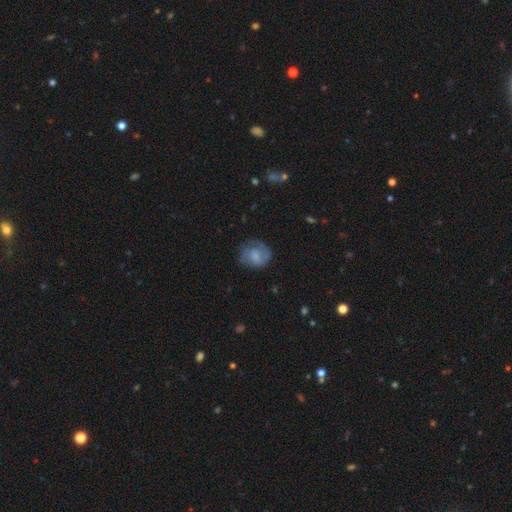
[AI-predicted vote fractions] smooth-or-featured: smooth: 66% | featured or disk: 26% | star or artifact: 8%
  how-rounded: round: 71% | in between: 28% | cigar-shaped: 1%
  merging: none: 58% | minor disturbance: 26% | major disturbance: 15% | merger: 1%